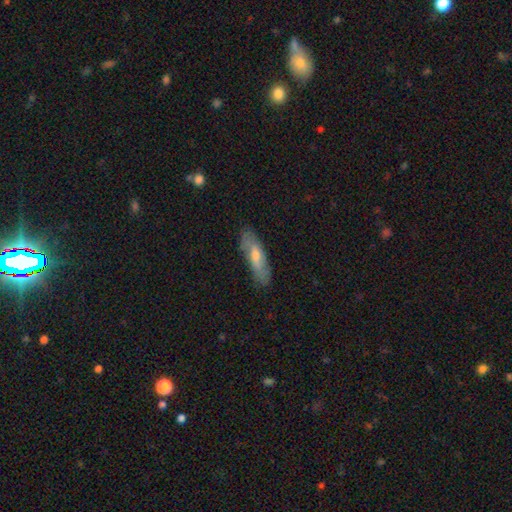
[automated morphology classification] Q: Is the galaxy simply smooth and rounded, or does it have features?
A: smooth — 51%.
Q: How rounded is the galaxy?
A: cigar-shaped — 60%.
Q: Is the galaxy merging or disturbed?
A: none — 81%.